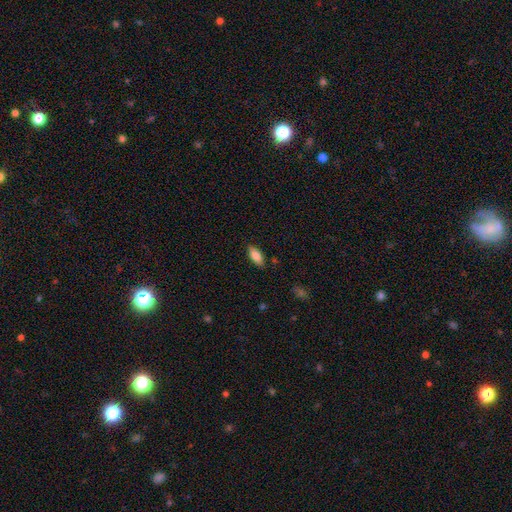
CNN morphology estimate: Overall: smooth (82%). How rounded: in between (84%). Merging: none (85%).